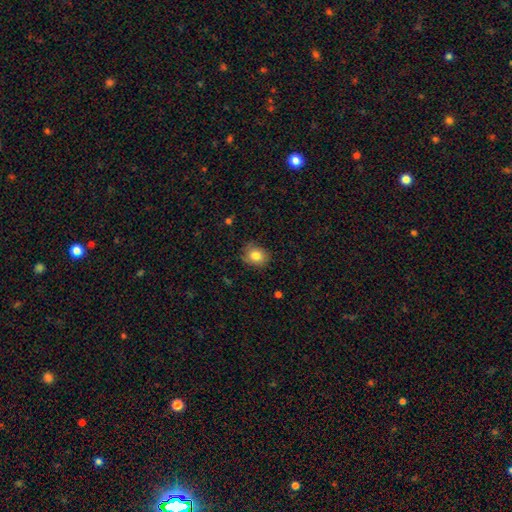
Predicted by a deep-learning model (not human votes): A smooth galaxy with no disk features (81%) that is round (66%).

Vote fractions:
- Smooth or featured? smooth: 81% / star or artifact: 10% / featured or disk: 9%
- How rounded? round: 66% / in between: 33% / cigar-shaped: 1%
- Merging? none: 77% / minor disturbance: 18% / major disturbance: 4% / merger: 1%